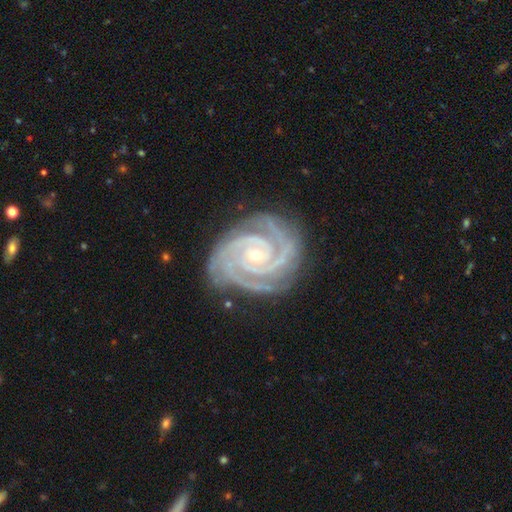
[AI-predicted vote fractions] smooth_or_featured: featured or disk (p=0.93) [alt: star or artifact p=0.04]
disk_edge_on: no (p=0.98) [alt: yes p=0.02]
bar: no (p=0.67) [alt: weak p=0.21]
has_spiral_arms: yes (p=0.99) [alt: no p=0.01]
spiral_winding: tight (p=0.81) [alt: medium p=0.17]
spiral_arm_count: 3 (p=0.41) [alt: 2 p=0.28]
bulge_size: small (p=0.68) [alt: moderate p=0.29]
merging: none (p=0.79) [alt: minor disturbance p=0.16]